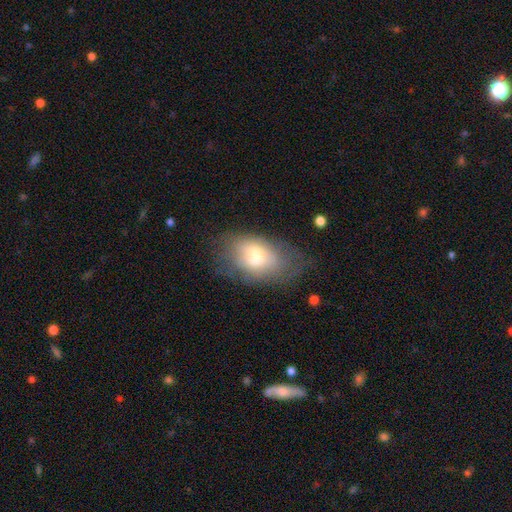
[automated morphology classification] Smooth or featured: smooth — 60% (featured or disk — 29%)
How rounded: in between — 86% (round — 13%)
Merging: none — 53% (minor disturbance — 25%)